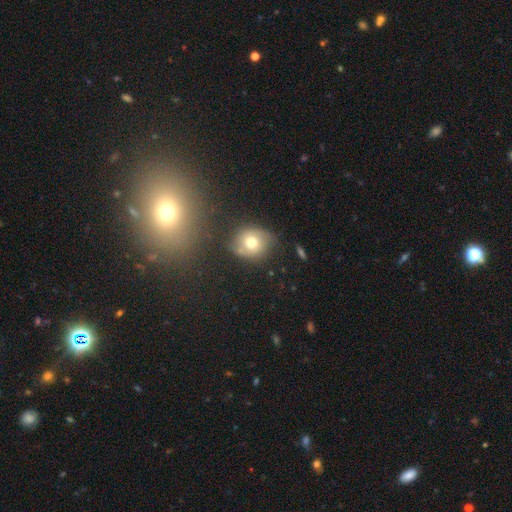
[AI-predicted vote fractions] This appears to be a smooth galaxy with no disk features (46%). Merging: none (81%).